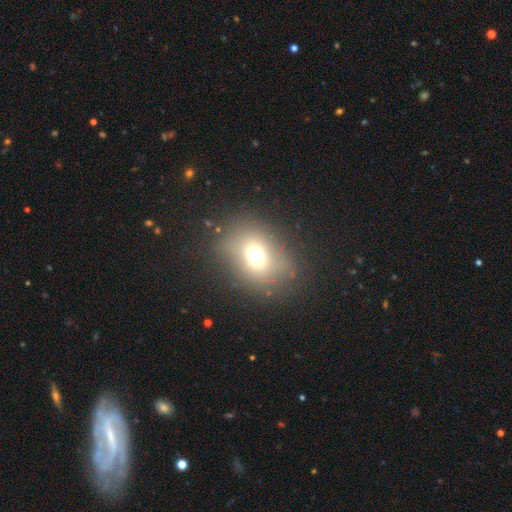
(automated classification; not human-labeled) Morphology: type=smooth (66%); roundness=in between (54%); merging=none (75%).